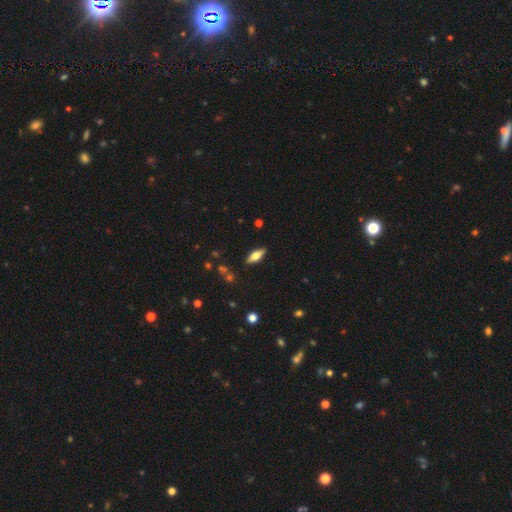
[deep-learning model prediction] This is possibly a smooth galaxy (51%). How rounded: likely in between (66%). Merging: clearly none (87%).